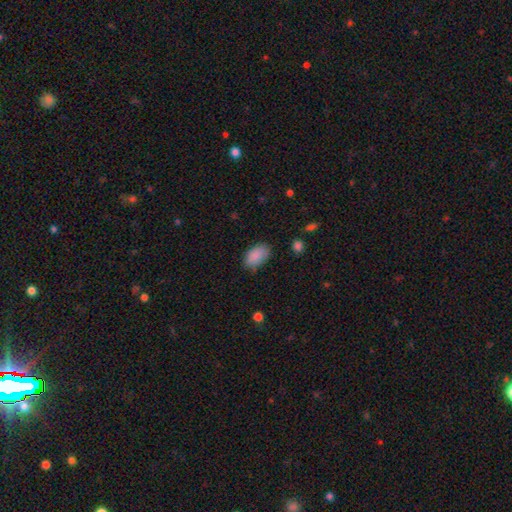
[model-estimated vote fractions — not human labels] A smooth galaxy with no disk features (89%) that is in between round and cigar-shaped (93%).

Vote fractions:
- Smooth or featured? smooth: 89% / star or artifact: 7% / featured or disk: 4%
- How rounded? in between: 93% / round: 5% / cigar-shaped: 2%
- Merging? none: 78% / minor disturbance: 17% / major disturbance: 4% / merger: 1%